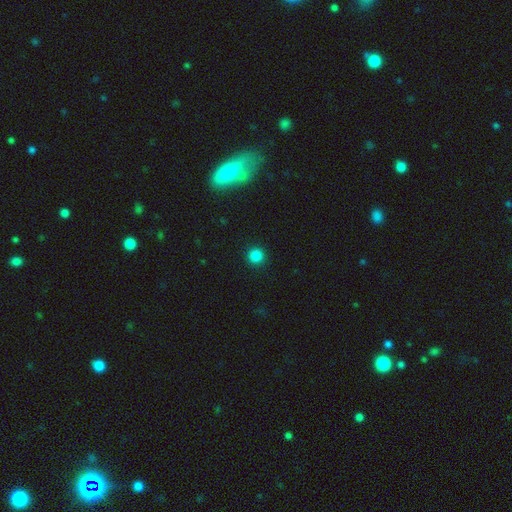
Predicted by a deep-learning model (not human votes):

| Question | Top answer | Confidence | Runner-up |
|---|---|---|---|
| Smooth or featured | smooth | 84% | star or artifact (12%) |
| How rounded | round | 95% | in between (4%) |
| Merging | none | 93% | minor disturbance (4%) |